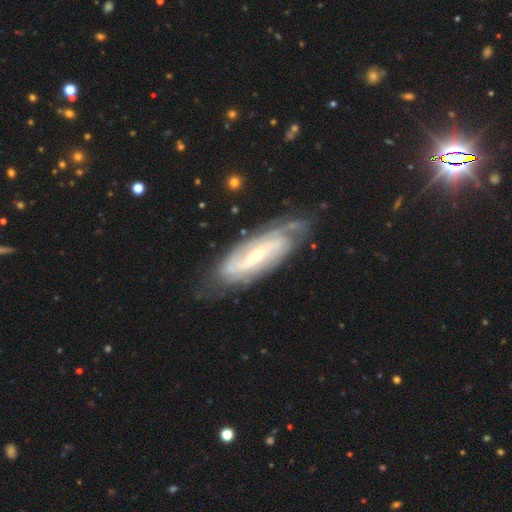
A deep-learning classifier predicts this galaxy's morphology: This is clearly a featured or disk galaxy (86%). It is clearly not viewed edge-on (90%). Bar: marginally weak (42%). Spiral arm pattern: clearly yes (96%). Spiral arm count: marginally 2 (42%). Spiral winding: possibly tight (58%). Central bulge: possibly small (53%). Merging: likely none (71%).